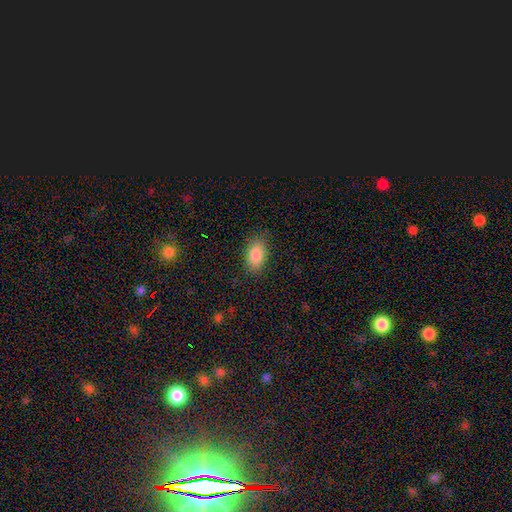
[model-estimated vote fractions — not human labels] Smooth or featured? smooth (87%)
How rounded? in between (92%)
Merging? none (84%)